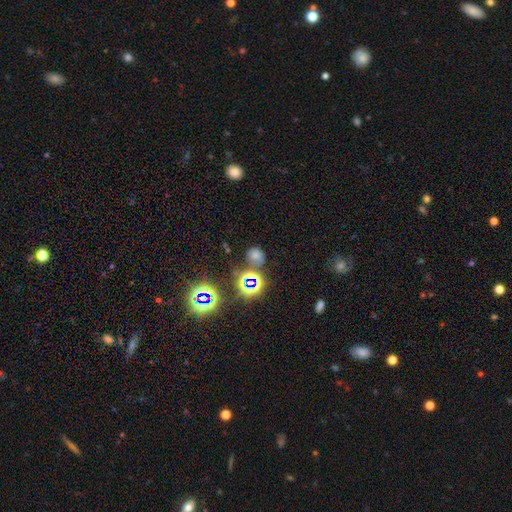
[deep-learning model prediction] smooth_or_featured: smooth (p=0.54) [alt: star or artifact p=0.37]
how_rounded: round (p=0.71) [alt: in between p=0.28]
merging: none (p=0.63) [alt: minor disturbance p=0.16]